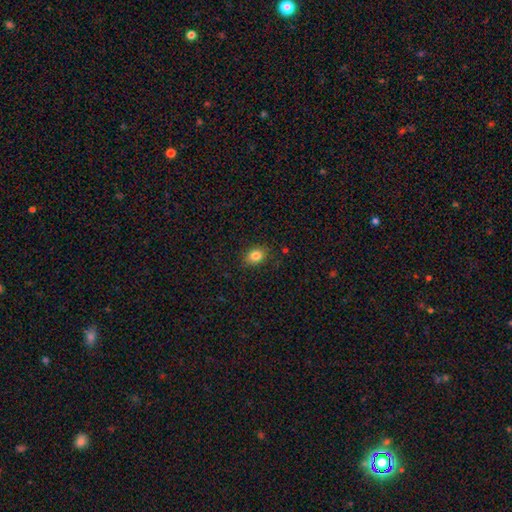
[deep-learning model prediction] Morphology: type=smooth (83%); roundness=in between (66%); merging=none (86%).